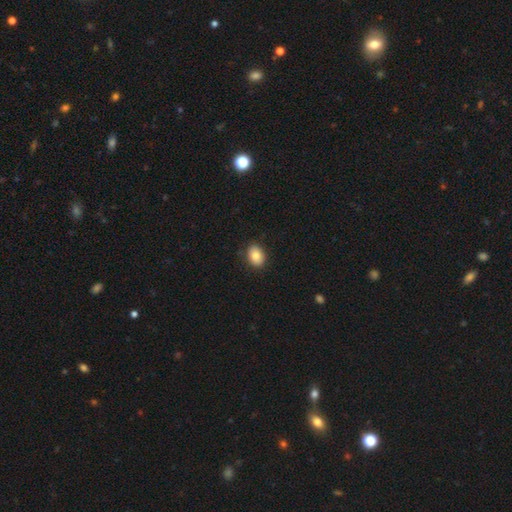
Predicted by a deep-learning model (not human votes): A smooth galaxy with no disk features (83%) that is in between round and cigar-shaped (69%).

Vote fractions:
- Smooth or featured? smooth: 83% / featured or disk: 8% / star or artifact: 8%
- How rounded? in between: 69% / round: 30% / cigar-shaped: 1%
- Merging? none: 87% / minor disturbance: 10% / major disturbance: 2% / merger: 1%